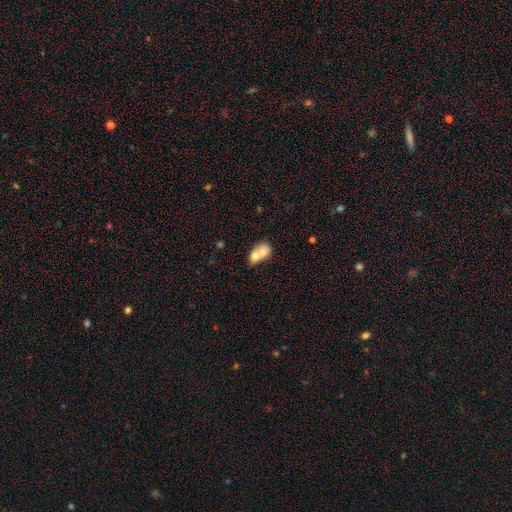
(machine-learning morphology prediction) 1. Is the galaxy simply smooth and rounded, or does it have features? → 68% smooth, 25% featured or disk, 7% star or artifact.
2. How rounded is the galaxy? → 57% in between, 42% round, 1% cigar-shaped.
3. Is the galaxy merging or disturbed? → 77% merger, 14% none, 6% minor disturbance, 3% major disturbance.